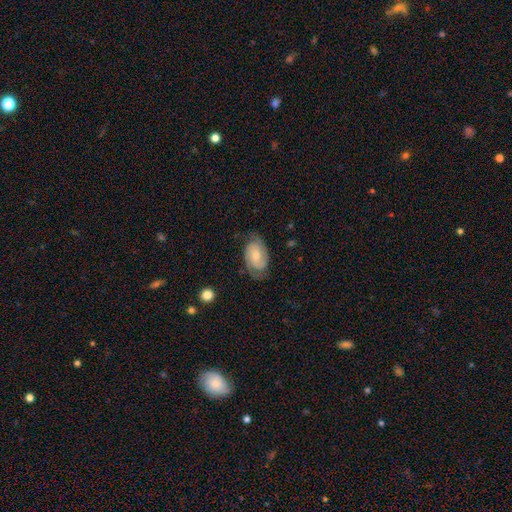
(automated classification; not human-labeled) Overall: featured or disk (64%; smooth 30%). Edge-on disk: no (96%). Bar: no (61%; weak 32%). Spiral arms: yes (92%). Spiral arm count: 2 (77%). Spiral winding: tight (46%; medium 40%). Bulge size: small (54%; moderate 35%). Merging: none (69%).